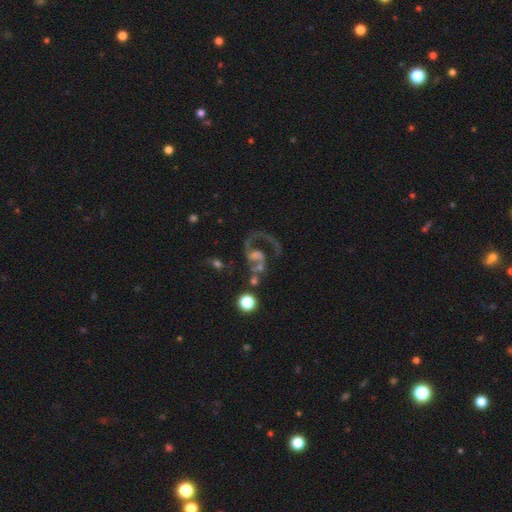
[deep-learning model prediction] This appears to be a featured or disk galaxy (76%) with no bar (54%), 2 (49%) loose (50%) spiral arms (85%) and no central bulge (40%). Merging: none (36%).